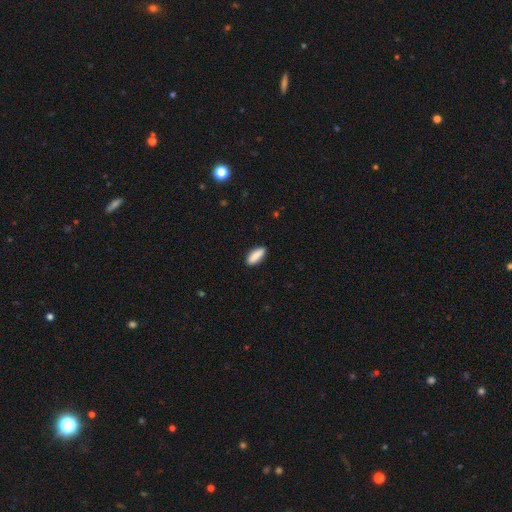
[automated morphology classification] smooth_or_featured: smooth (p=0.89) [alt: star or artifact p=0.06]
how_rounded: in between (p=0.68) [alt: cigar-shaped p=0.30]
merging: none (p=0.89) [alt: minor disturbance p=0.08]